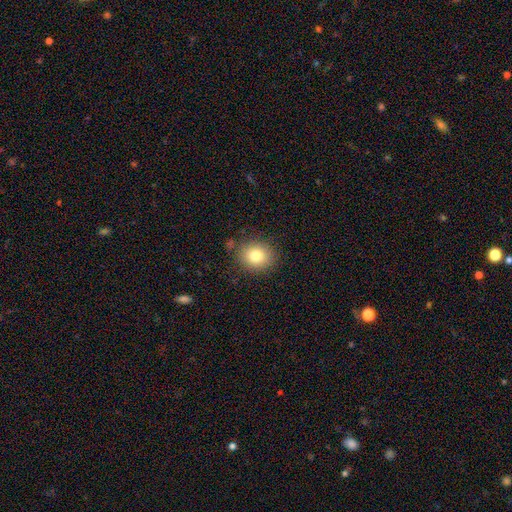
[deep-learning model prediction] Smooth or featured?
  - smooth: 80% *
  - star or artifact: 11%
  - featured or disk: 9%
How rounded?
  - round: 76% *
  - in between: 23%
  - cigar-shaped: 1%
Merging?
  - none: 84% *
  - minor disturbance: 10%
  - major disturbance: 3%
  - merger: 2%